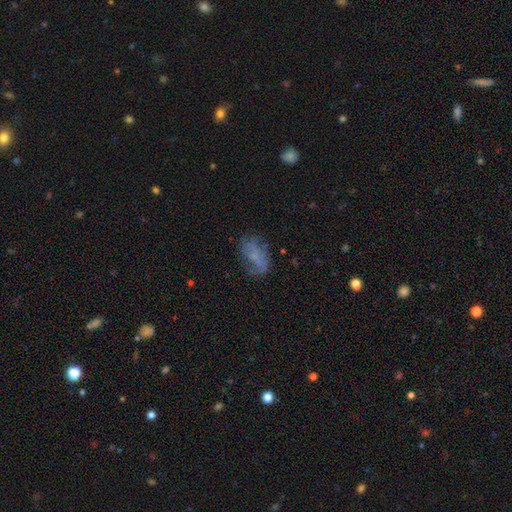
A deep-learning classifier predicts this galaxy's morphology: Smooth or featured?
  - featured or disk: 46% *
  - smooth: 39%
  - star or artifact: 14%
Merging?
  - none: 50% *
  - minor disturbance: 24%
  - major disturbance: 23%
  - merger: 3%